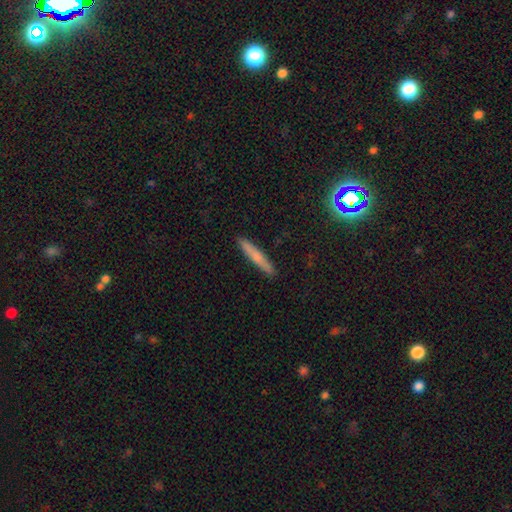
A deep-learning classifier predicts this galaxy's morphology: smooth 65%, featured or disk 28%, star or artifact 8%. Down the decision tree: how rounded — cigar-shaped (94%); merging — none (91%).